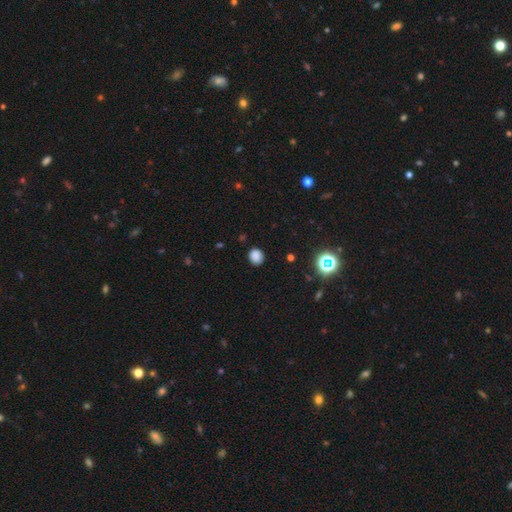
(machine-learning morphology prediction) A smooth galaxy with no disk features (82%) that is round (71%).

Vote fractions:
- Smooth or featured? smooth: 82% / star or artifact: 14% / featured or disk: 4%
- How rounded? round: 71% / in between: 28% / cigar-shaped: 1%
- Merging? none: 86% / minor disturbance: 10% / major disturbance: 3% / merger: 1%